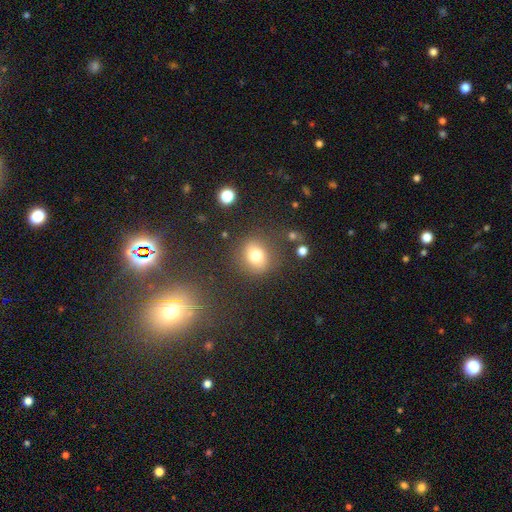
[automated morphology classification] A smooth galaxy with no disk features (75%) that is round (70%). Merging: none (78%).